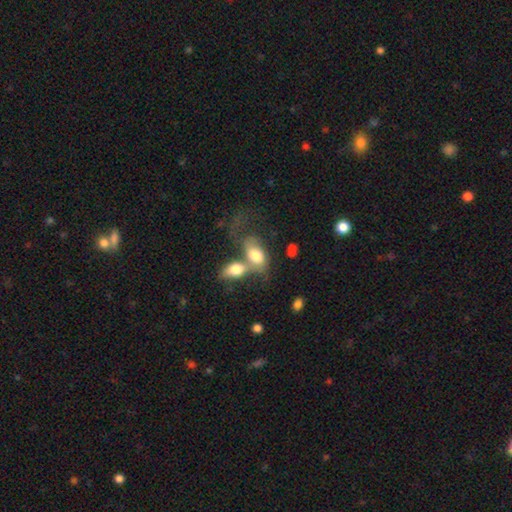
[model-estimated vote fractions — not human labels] The model was most divided on "smooth or featured": smooth: 69%, featured or disk: 23%, star or artifact: 8%. More confident: how rounded — in between (89%); merging — merger (67%).